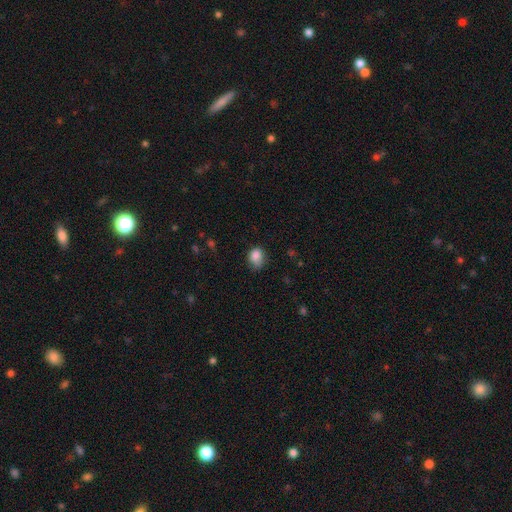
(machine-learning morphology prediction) The model was most divided on "how rounded": in between: 51%, round: 48%, cigar-shaped: 1%. More confident: smooth or featured — smooth (84%); merging — none (53%).